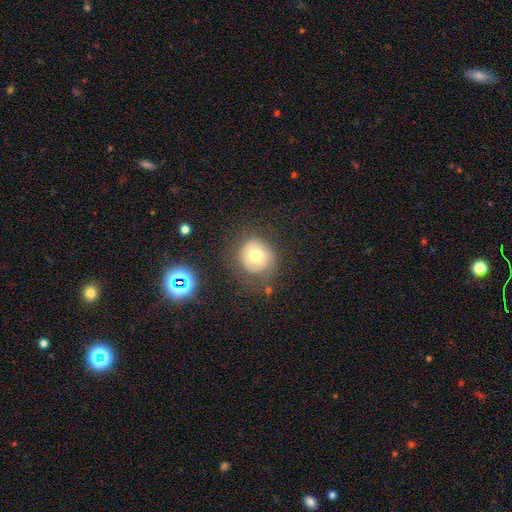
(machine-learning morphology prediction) This is likely a smooth galaxy (60%). How rounded: clearly round (85%). Merging: likely none (69%).